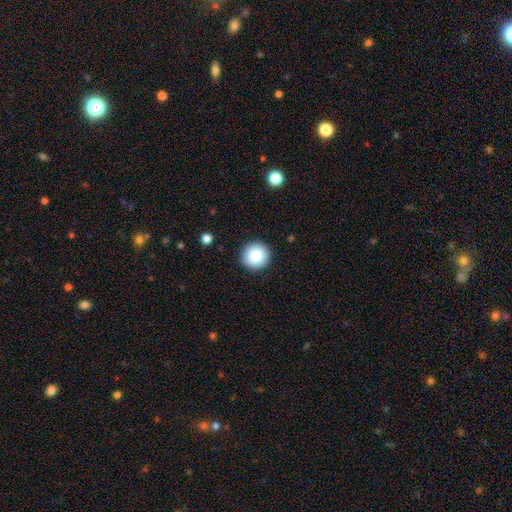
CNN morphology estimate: This appears to be a smooth galaxy with no disk features (85%) that is round (94%). Merging: none (91%).